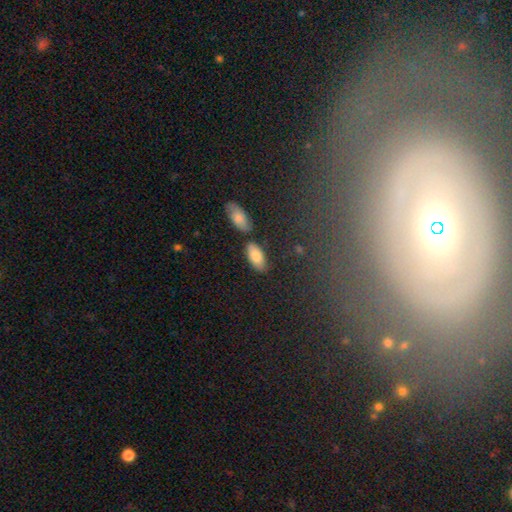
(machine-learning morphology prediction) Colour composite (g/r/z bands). It shows a smooth galaxy with no disk features (81%) that is in between round and cigar-shaped (91%). Merging: none (78%).